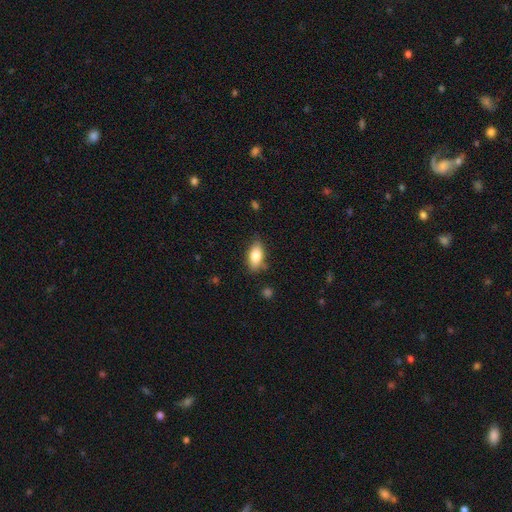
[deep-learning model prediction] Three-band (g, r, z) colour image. It shows a smooth galaxy with no disk features (82%) that is in between round and cigar-shaped (88%). Merging: none (76%).